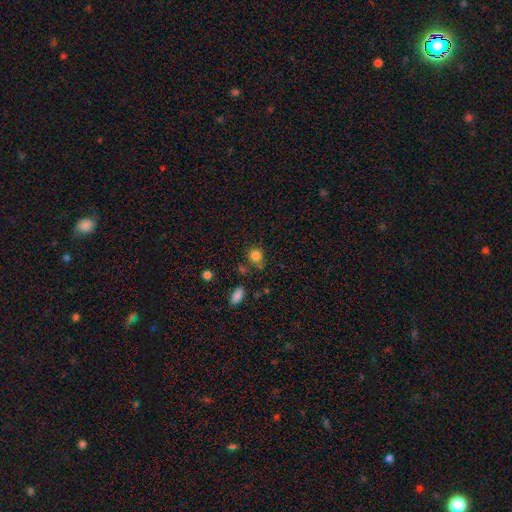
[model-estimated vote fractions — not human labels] Smooth or featured? smooth (82%)
How rounded? round (82%)
Merging? none (67%)